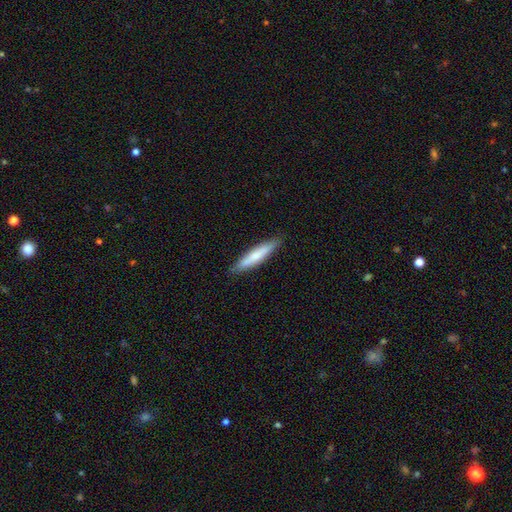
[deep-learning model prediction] Q: Smooth or featured?
A: smooth (67%); runner-up: featured or disk (28%)
Q: How rounded?
A: cigar-shaped (90%); runner-up: in between (8%)
Q: Merging?
A: none (89%); runner-up: minor disturbance (9%)